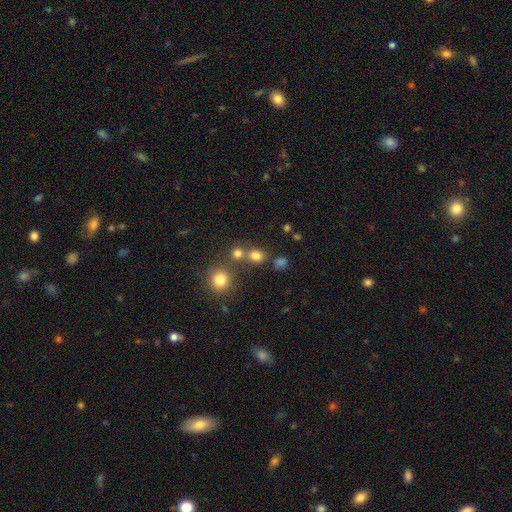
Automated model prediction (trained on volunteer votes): smooth 77%, star or artifact 17%, featured or disk 6%. Down the decision tree: how rounded — round (75%); merging — none (64%).